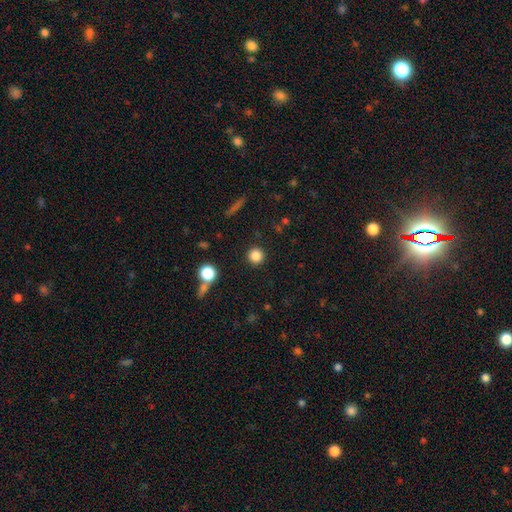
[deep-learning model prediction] Smooth or featured? Predicted: smooth (p=0.84). How rounded? Predicted: round (p=0.95). Merging? Predicted: none (p=0.91).